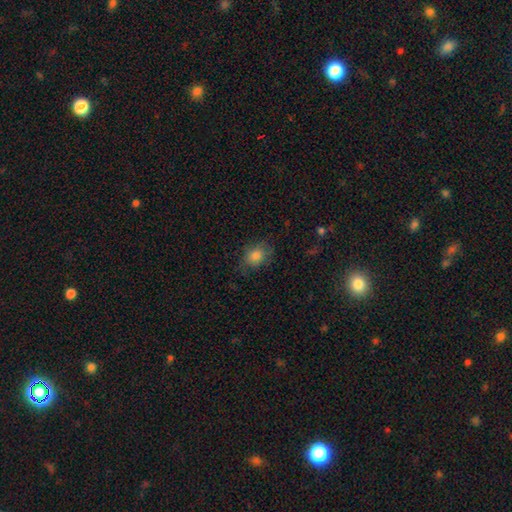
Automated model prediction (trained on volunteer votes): This is likely a smooth galaxy (79%). How rounded: possibly in between (57%). Merging: likely none (73%).